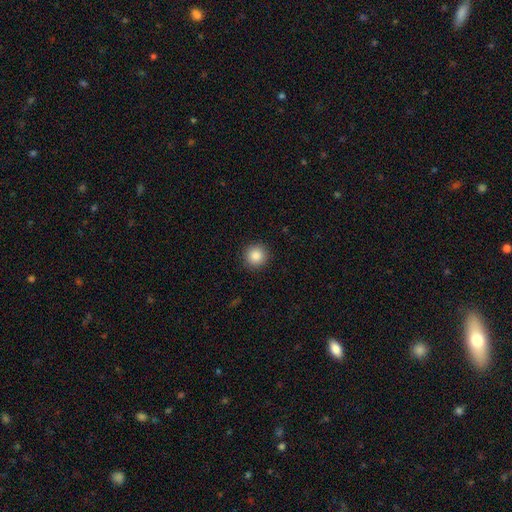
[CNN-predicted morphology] smooth-or-featured: smooth: 87% | star or artifact: 9% | featured or disk: 4%
  how-rounded: round: 95% | in between: 4% | cigar-shaped: 1%
  merging: none: 92% | minor disturbance: 5% | major disturbance: 2% | merger: 1%